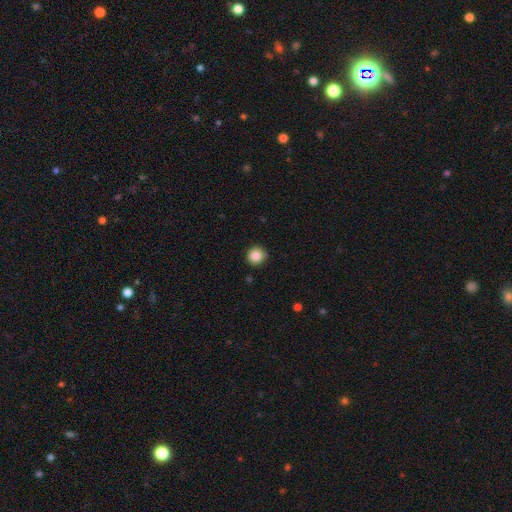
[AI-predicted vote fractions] smooth-or-featured: smooth: 86% | star or artifact: 10% | featured or disk: 4%
  how-rounded: round: 94% | in between: 5% | cigar-shaped: 1%
  merging: none: 88% | minor disturbance: 9% | major disturbance: 2% | merger: 1%